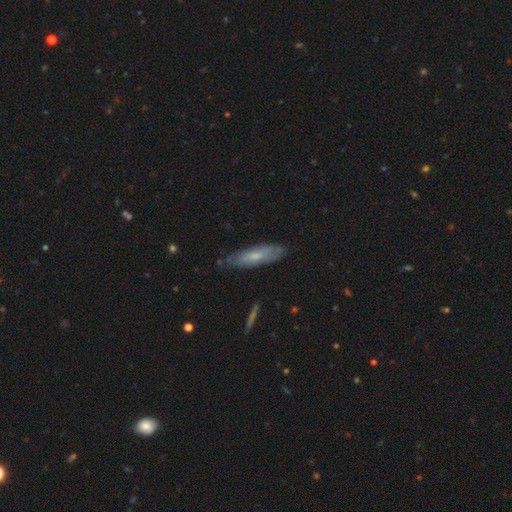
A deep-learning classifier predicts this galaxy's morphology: smooth-or-featured: smooth: 53% | featured or disk: 40% | star or artifact: 7%
  how-rounded: cigar-shaped: 62% | in between: 36% | round: 2%
  merging: none: 73% | minor disturbance: 21% | major disturbance: 4% | merger: 2%